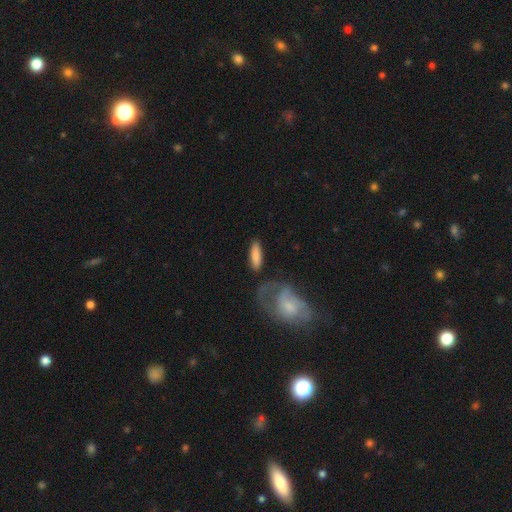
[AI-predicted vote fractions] smooth 82%, featured or disk 13%, star or artifact 5%. Down the decision tree: how rounded — cigar-shaped (59%); merging — none (75%).